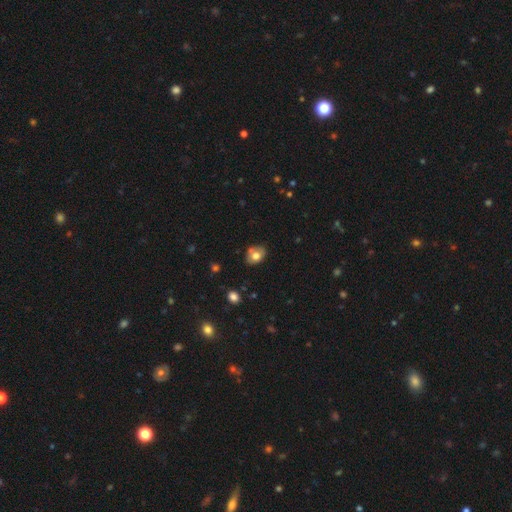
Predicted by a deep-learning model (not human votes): Q: Smooth or featured?
A: smooth (73%); runner-up: featured or disk (18%)
Q: How rounded?
A: in between (57%); runner-up: round (42%)
Q: Merging?
A: none (69%); runner-up: minor disturbance (22%)